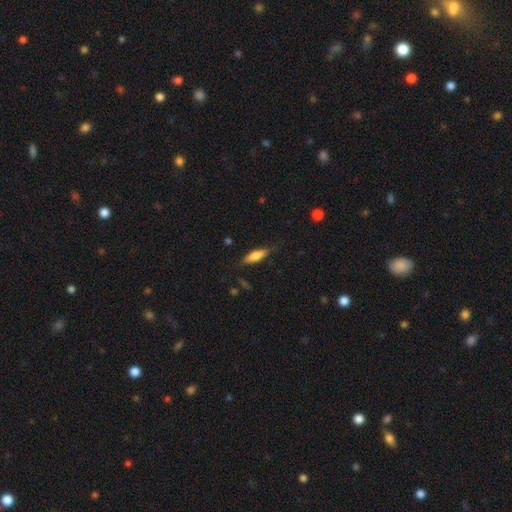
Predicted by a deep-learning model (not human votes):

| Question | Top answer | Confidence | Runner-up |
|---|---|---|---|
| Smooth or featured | smooth | 70% | featured or disk (23%) |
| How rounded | cigar-shaped | 56% | in between (42%) |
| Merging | none | 78% | minor disturbance (17%) |